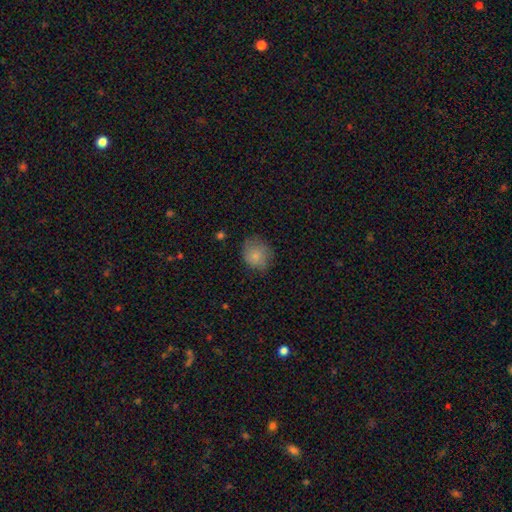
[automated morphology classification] A smooth galaxy with no disk features (81%) that is round (75%). Merging: none (71%).